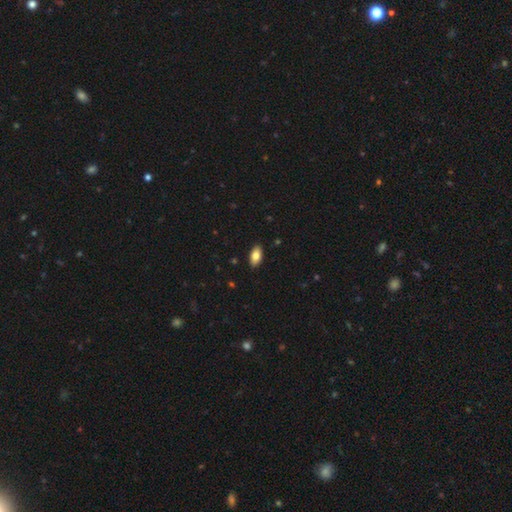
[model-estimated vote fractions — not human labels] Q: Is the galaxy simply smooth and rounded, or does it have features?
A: smooth — 82%.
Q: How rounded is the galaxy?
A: in between — 93%.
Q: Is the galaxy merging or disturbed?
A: none — 89%.